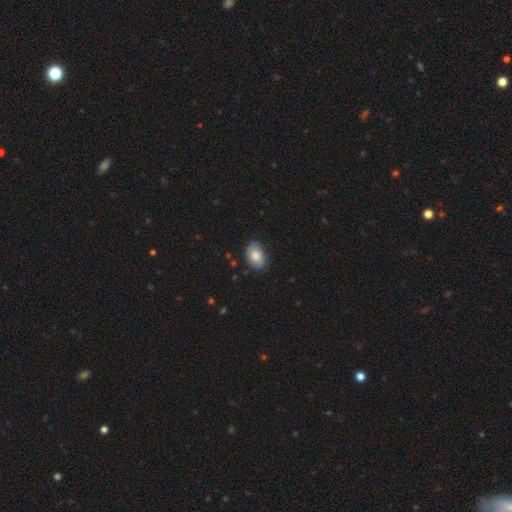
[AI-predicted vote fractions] Morphology: type=smooth (79%); roundness=in between (84%); merging=none (78%).